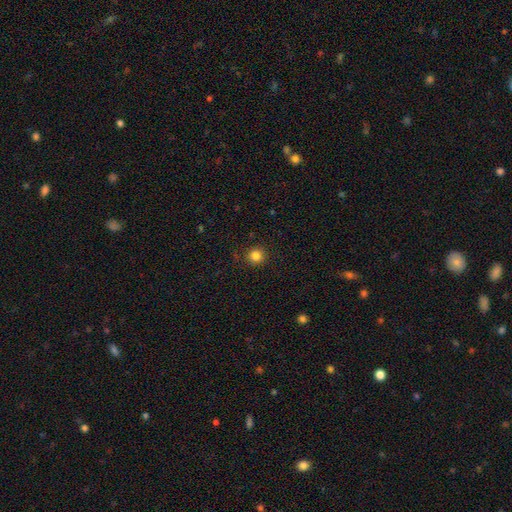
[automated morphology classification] A smooth galaxy with no disk features (84%) that is round (94%). Merging: none (90%).